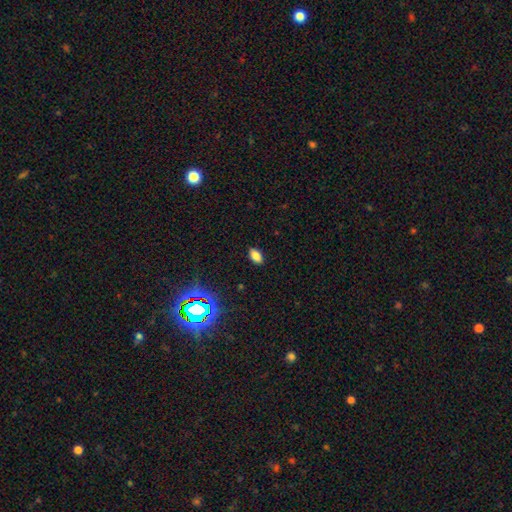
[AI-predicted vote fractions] Smooth or featured: smooth — 78% (star or artifact — 16%)
How rounded: in between — 91% (round — 6%)
Merging: none — 87% (minor disturbance — 9%)